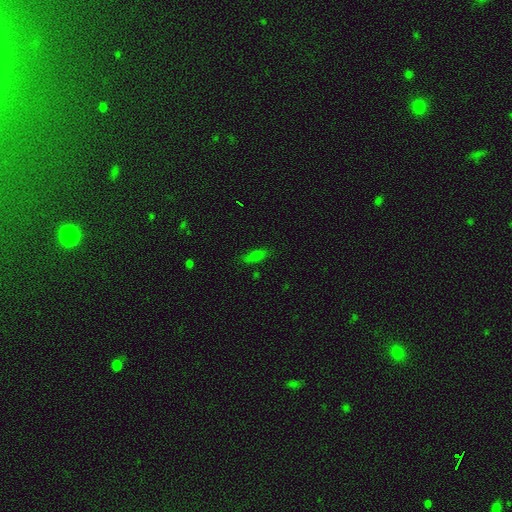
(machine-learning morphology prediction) Smooth or featured? smooth (66%)
How rounded? in between (57%)
Merging? none (79%)